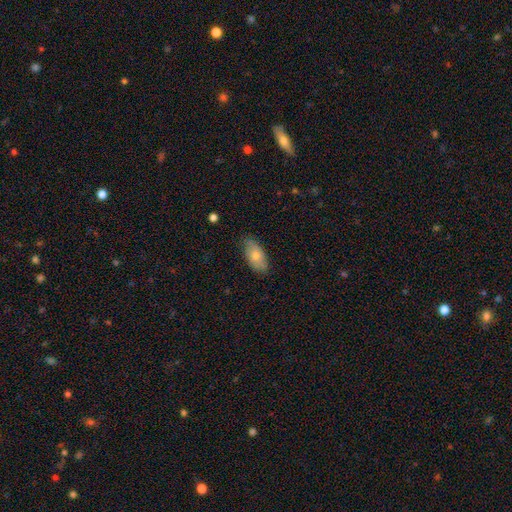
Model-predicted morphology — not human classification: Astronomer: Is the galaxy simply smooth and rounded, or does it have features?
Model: smooth — 71%.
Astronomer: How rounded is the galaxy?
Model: in between — 92%.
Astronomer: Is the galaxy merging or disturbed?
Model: none — 76%.